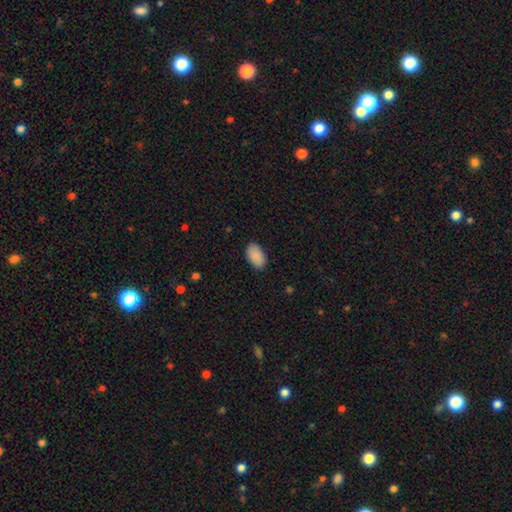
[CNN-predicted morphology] A smooth galaxy with no disk features (90%) that is in between round and cigar-shaped (94%). Merging: none (86%).